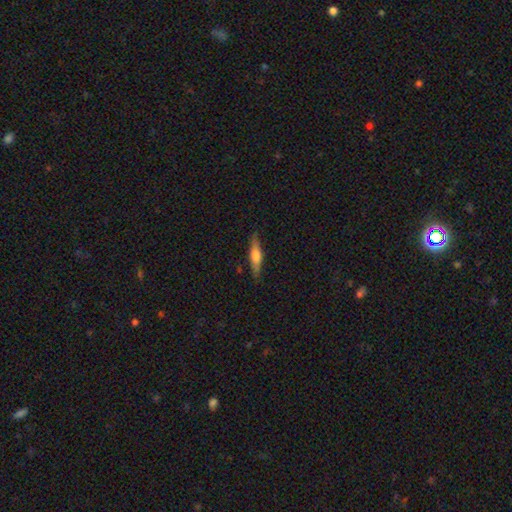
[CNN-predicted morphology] smooth-or-featured: smooth: 47% (tied) | featured or disk: 47% (tied) | star or artifact: 6%
  merging: none: 85% | minor disturbance: 11% | major disturbance: 2% | merger: 1%